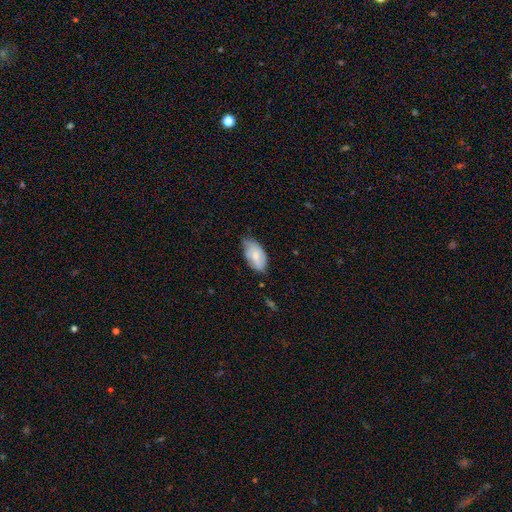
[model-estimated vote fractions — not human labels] This appears to be a smooth galaxy with no disk features (69%) that is in between round and cigar-shaped (94%). Merging: none (54%).